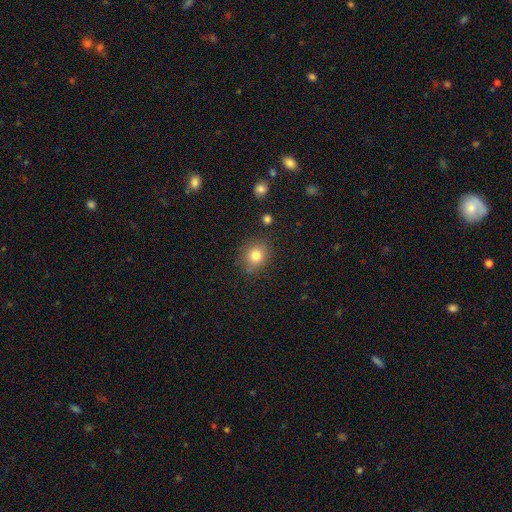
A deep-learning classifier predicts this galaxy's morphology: Overall: smooth (81%). How rounded: round (74%). Merging: none (82%).